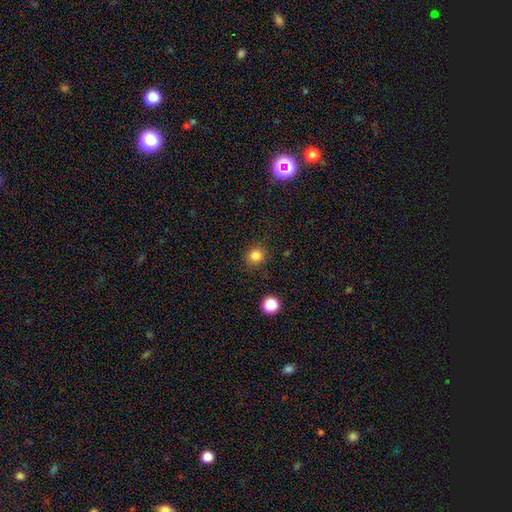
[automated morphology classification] type=smooth (83%); roundness=round (84%); merging=none (86%).